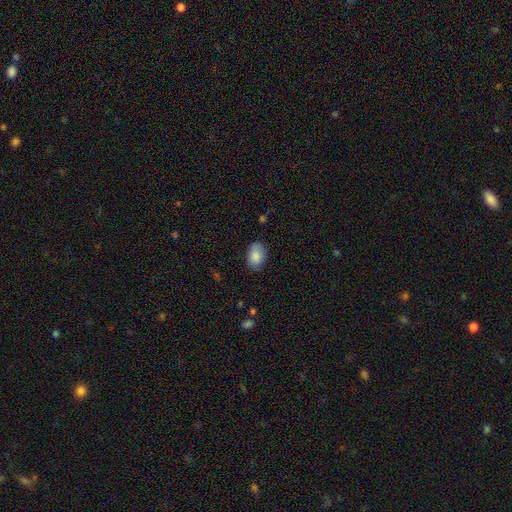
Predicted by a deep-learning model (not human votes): smooth-or-featured: smooth: 86% | star or artifact: 7% | featured or disk: 7%
  how-rounded: in between: 86% | round: 13% | cigar-shaped: 1%
  merging: none: 80% | minor disturbance: 15% | major disturbance: 3% | merger: 1%